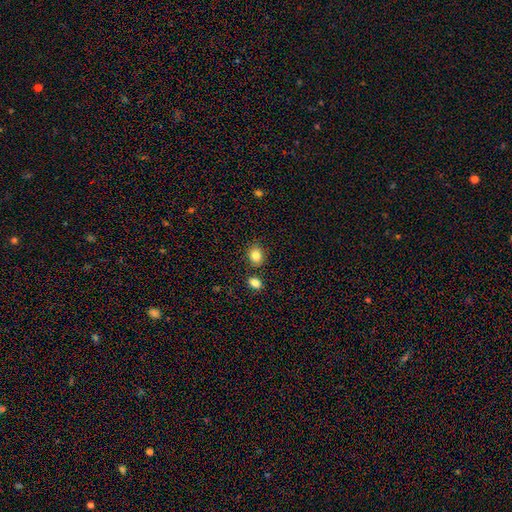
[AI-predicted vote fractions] Q: Smooth or featured?
A: smooth (84%); runner-up: star or artifact (10%)
Q: How rounded?
A: round (56%); runner-up: in between (43%)
Q: Merging?
A: none (80%); runner-up: minor disturbance (10%)